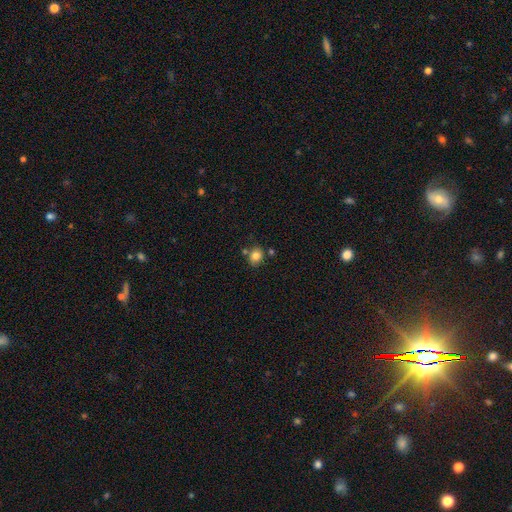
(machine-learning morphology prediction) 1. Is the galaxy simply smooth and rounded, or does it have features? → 81% smooth, 11% star or artifact, 8% featured or disk.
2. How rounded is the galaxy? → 66% round, 33% in between, 1% cigar-shaped.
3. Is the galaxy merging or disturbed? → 74% none, 12% minor disturbance, 11% merger, 3% major disturbance.